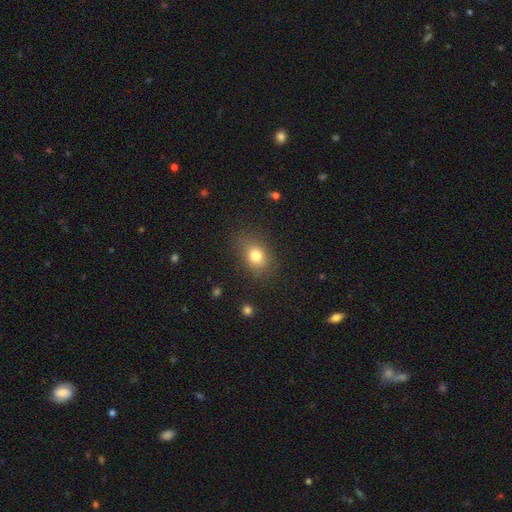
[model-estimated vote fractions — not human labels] Overall: smooth (78%). How rounded: in between (62%; round 36%). Merging: none (79%).